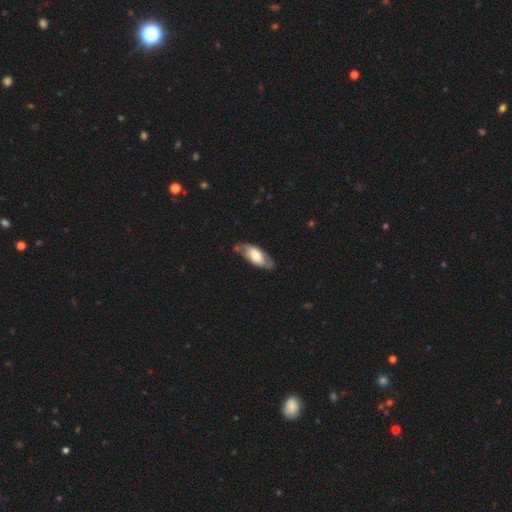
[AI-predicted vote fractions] The model was most divided on "smooth or featured": smooth: 48%, featured or disk: 47%, star or artifact: 5%. More confident: merging — none (70%).